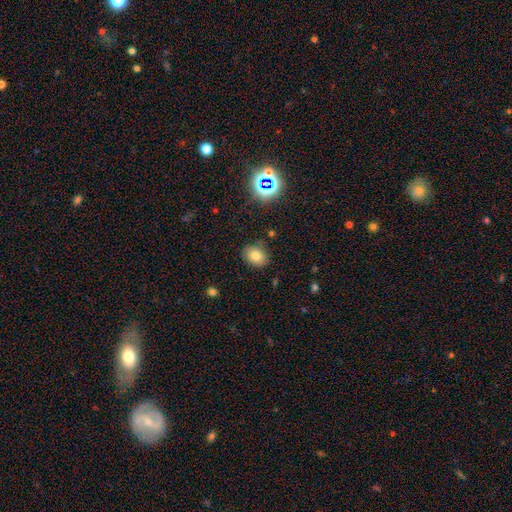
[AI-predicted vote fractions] Morphology: type=smooth (77%); roundness=in between (56%); merging=none (83%).